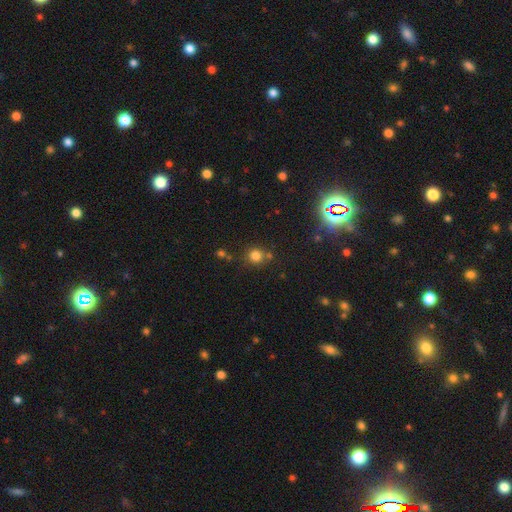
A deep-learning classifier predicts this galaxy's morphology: smooth 77%, star or artifact 17%, featured or disk 6%. Down the decision tree: how rounded — round (90%); merging — none (73%).